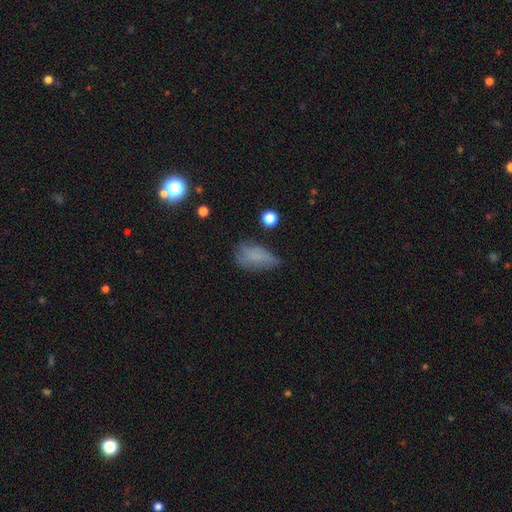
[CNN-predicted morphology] smooth_or_featured: smooth (p=0.69) [alt: featured or disk p=0.19]
how_rounded: in between (p=0.85) [alt: cigar-shaped p=0.08]
merging: none (p=0.46) [alt: minor disturbance p=0.35]